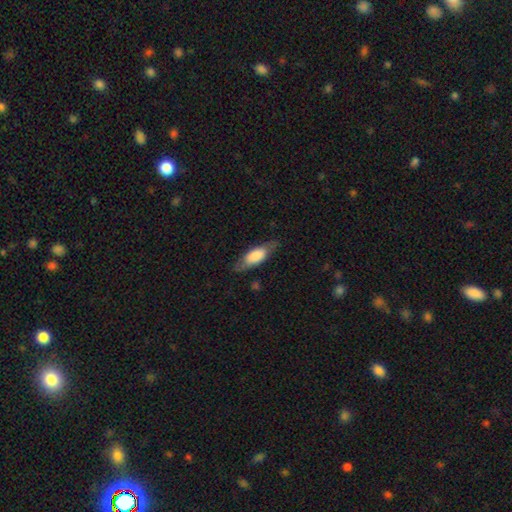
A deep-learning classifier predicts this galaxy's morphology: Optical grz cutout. It shows a smooth galaxy with no disk features (69%) that is in between round and cigar-shaped (67%). Merging: none (75%).